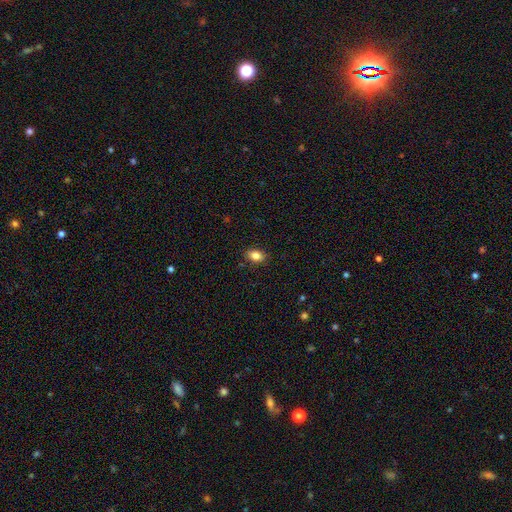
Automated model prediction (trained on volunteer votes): A smooth galaxy with no disk features (84%) that is in between round and cigar-shaped (76%).

Vote fractions:
- Smooth or featured? smooth: 84% / star or artifact: 9% / featured or disk: 6%
- How rounded? in between: 76% / round: 23% / cigar-shaped: 1%
- Merging? none: 87% / minor disturbance: 9% / major disturbance: 2% / merger: 1%